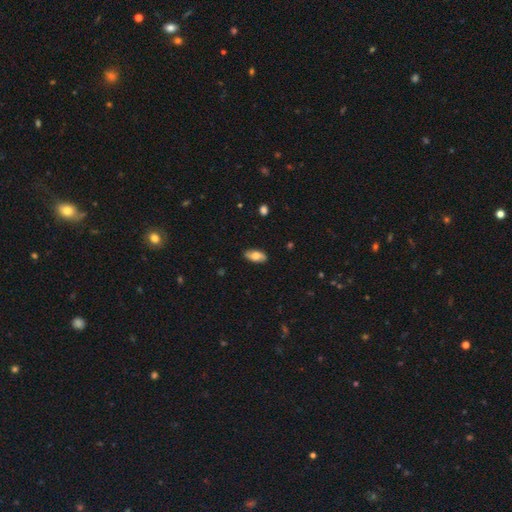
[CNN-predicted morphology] A smooth galaxy with no disk features (66%) that is in between round and cigar-shaped (90%). Merging: none (85%).